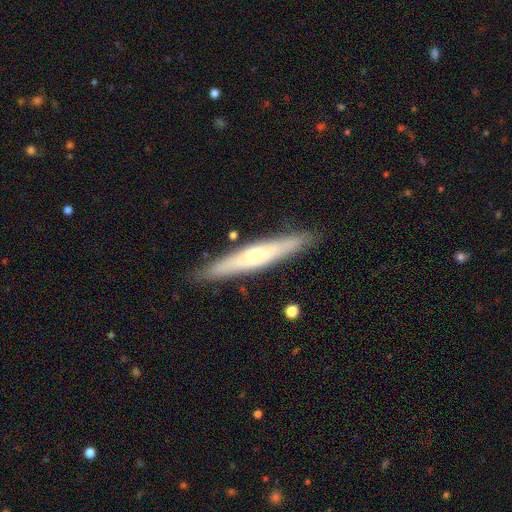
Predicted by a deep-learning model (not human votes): This appears to be a featured or disk galaxy (49%). Merging: none (88%).